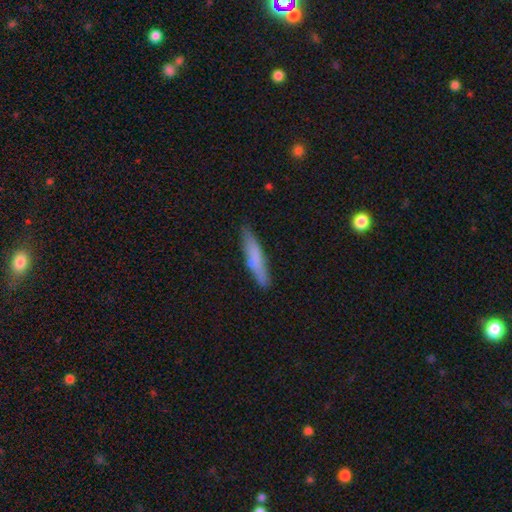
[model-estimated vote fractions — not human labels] This is likely a smooth galaxy (66%). How rounded: clearly cigar-shaped (91%). Merging: clearly none (84%).